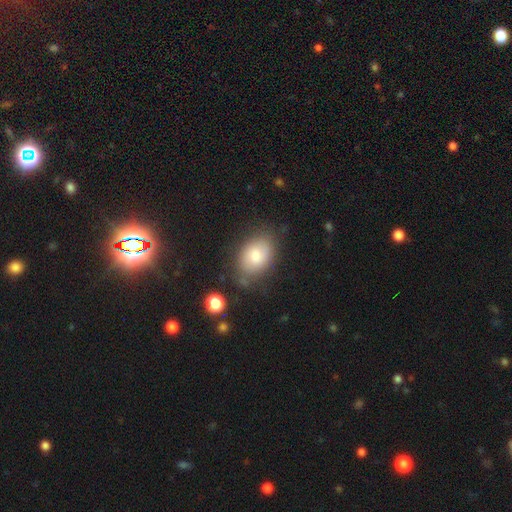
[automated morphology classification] The model was most divided on "merging": none: 69%, minor disturbance: 20%, major disturbance: 7%, merger: 4%. More confident: how rounded — in between (81%); smooth or featured — smooth (75%).